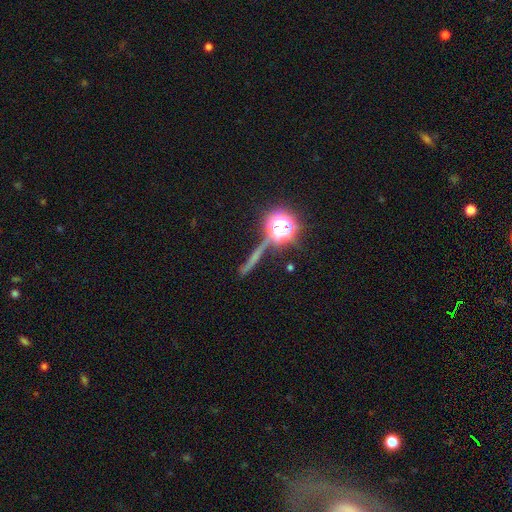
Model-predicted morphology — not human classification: Smooth or featured?
  - star or artifact: 44% *
  - smooth: 29%
  - featured or disk: 27%